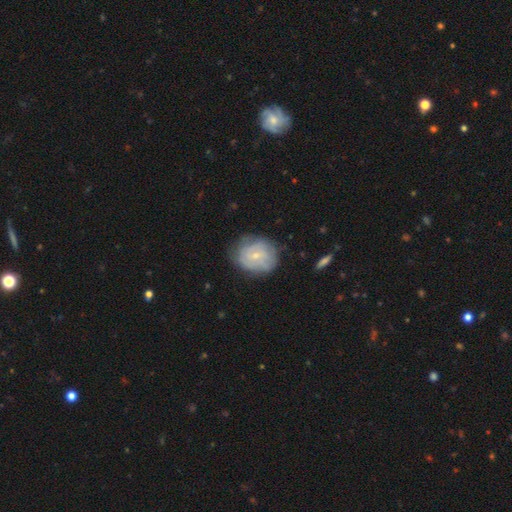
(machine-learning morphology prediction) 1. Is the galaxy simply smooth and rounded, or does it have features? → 54% featured or disk, 39% smooth, 7% star or artifact.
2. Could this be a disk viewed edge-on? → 97% no, 3% yes.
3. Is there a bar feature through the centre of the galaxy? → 58% no, 37% weak, 6% strong.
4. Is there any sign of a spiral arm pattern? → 71% yes, 29% no.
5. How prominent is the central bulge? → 73% small, 22% moderate, 4% none, 1% large, 1% dominant.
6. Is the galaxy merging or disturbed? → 68% none, 23% minor disturbance, 8% major disturbance, 1% merger.